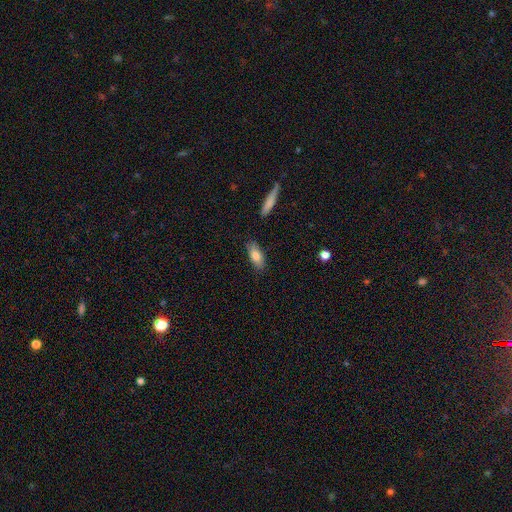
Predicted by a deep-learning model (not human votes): smooth_or_featured: smooth (p=0.78) [alt: featured or disk p=0.15]
how_rounded: in between (p=0.77) [alt: cigar-shaped p=0.20]
merging: none (p=0.84) [alt: minor disturbance p=0.12]